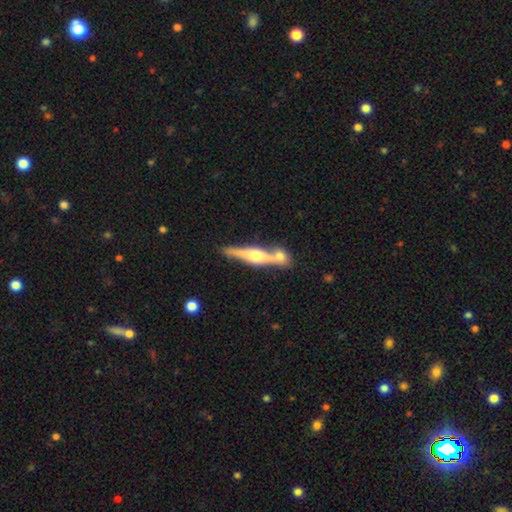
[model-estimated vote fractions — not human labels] Smooth or featured? featured or disk (71%)
Edge-on disk? yes (95%)
Edge-on bulge? rounded (91%)
Merging? none (63%)